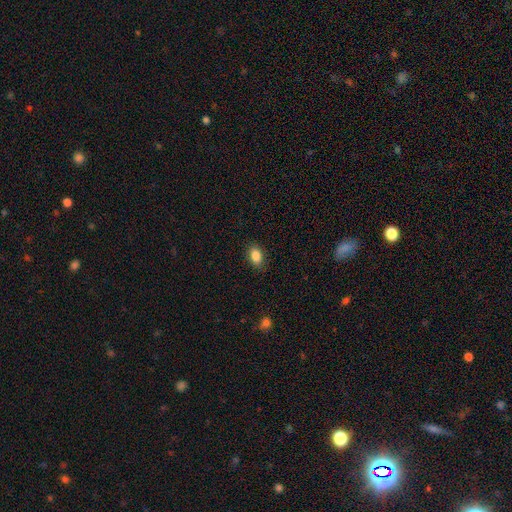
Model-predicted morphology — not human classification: smooth-or-featured: smooth: 87% | star or artifact: 8% | featured or disk: 5%
  how-rounded: in between: 88% | round: 10% | cigar-shaped: 2%
  merging: none: 86% | minor disturbance: 10% | major disturbance: 3% | merger: 1%